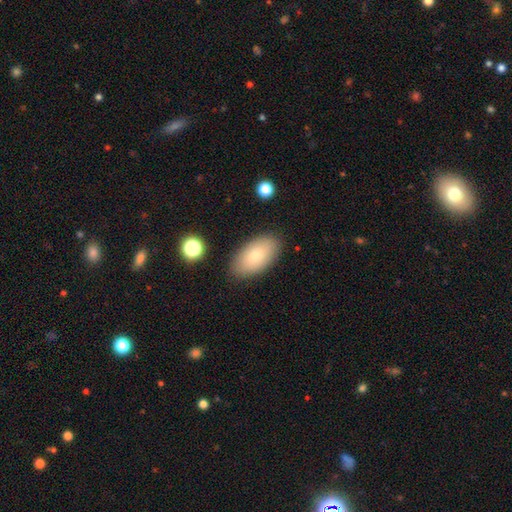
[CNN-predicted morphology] Smooth or featured? Predicted: smooth (p=0.77). How rounded? Predicted: in between (p=0.94). Merging? Predicted: none (p=0.85).